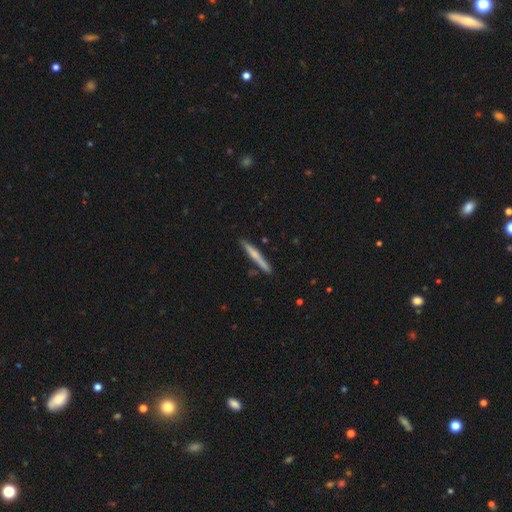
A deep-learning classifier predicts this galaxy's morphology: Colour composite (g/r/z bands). It shows a smooth galaxy with no disk features (55%) that is cigar-shaped (96%). Merging: none (87%).